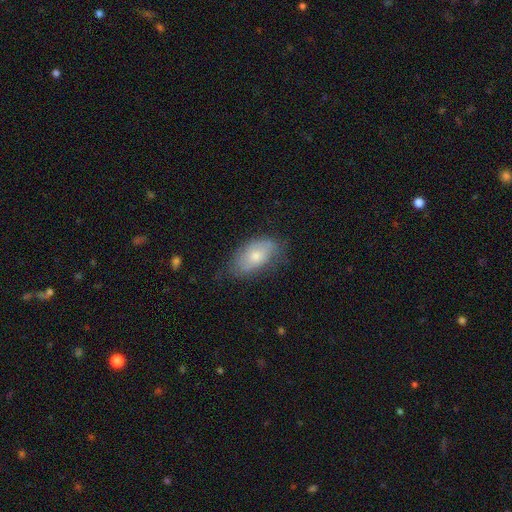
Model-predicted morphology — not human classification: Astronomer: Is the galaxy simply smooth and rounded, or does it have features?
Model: smooth — 66%.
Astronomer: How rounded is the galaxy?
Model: in between — 93%.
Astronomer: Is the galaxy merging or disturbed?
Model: none — 65%.